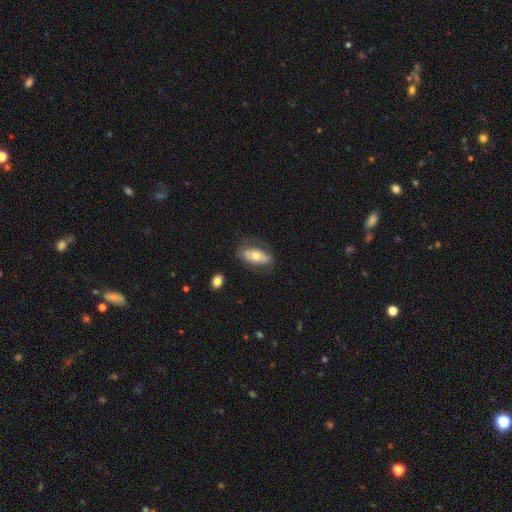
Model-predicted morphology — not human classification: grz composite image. It shows a smooth galaxy with no disk features (50%) that is in between round and cigar-shaped (89%). Merging: none (68%).